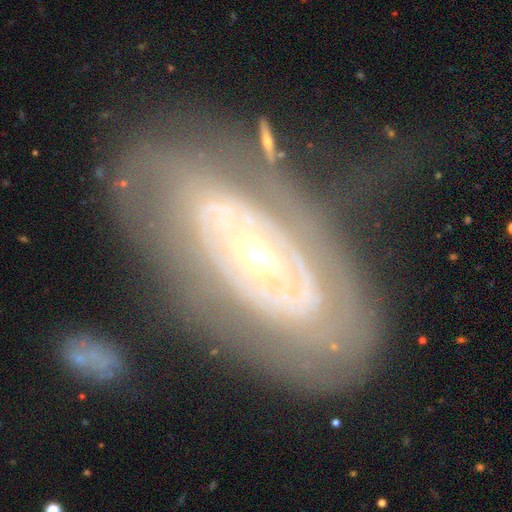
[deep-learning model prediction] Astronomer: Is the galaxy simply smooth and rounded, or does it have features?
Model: featured or disk — 79%.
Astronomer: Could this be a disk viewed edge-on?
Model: no — 92%.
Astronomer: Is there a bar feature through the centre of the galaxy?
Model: no — 76%.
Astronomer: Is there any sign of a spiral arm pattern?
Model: yes — 53% (runner-up: no, 47%).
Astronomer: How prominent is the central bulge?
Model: small — 64%.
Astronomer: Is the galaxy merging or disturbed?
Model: none — 61%.